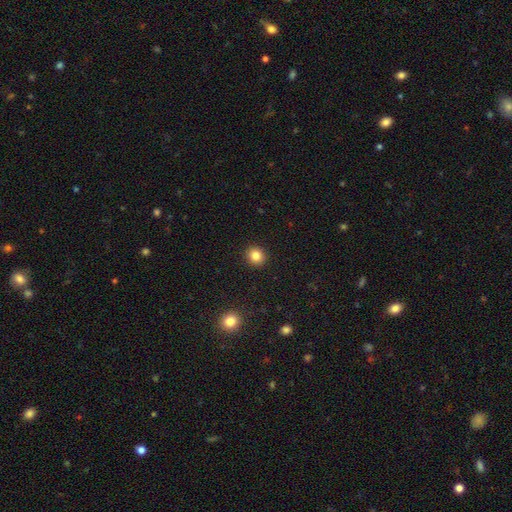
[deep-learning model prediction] This is clearly a smooth galaxy (83%). How rounded: clearly round (86%). Merging: clearly none (92%).